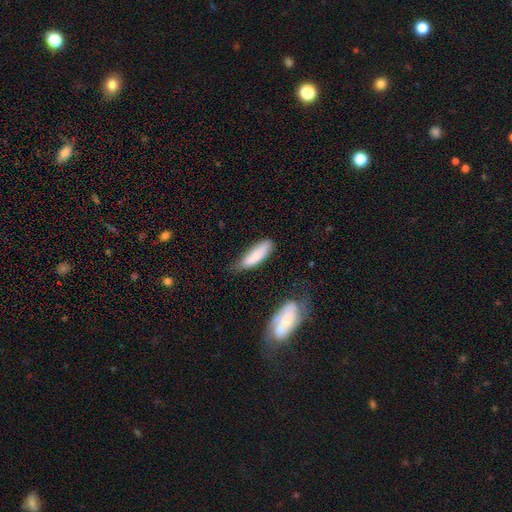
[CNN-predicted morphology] type=smooth (80%); roundness=cigar-shaped (51%); merging=none (54%).